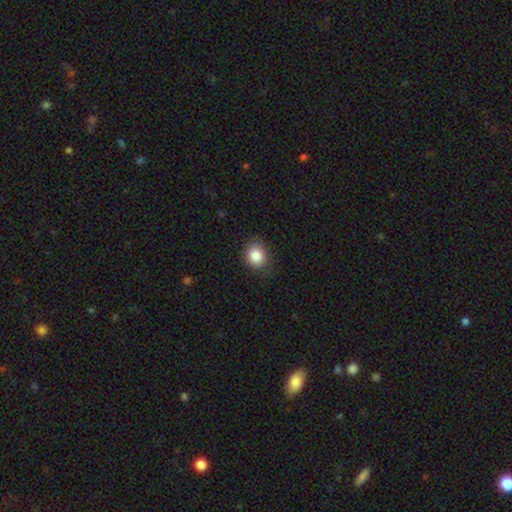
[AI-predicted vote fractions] smooth_or_featured: smooth (p=0.84) [alt: star or artifact p=0.10]
how_rounded: round (p=0.70) [alt: in between p=0.30]
merging: none (p=0.85) [alt: minor disturbance p=0.11]